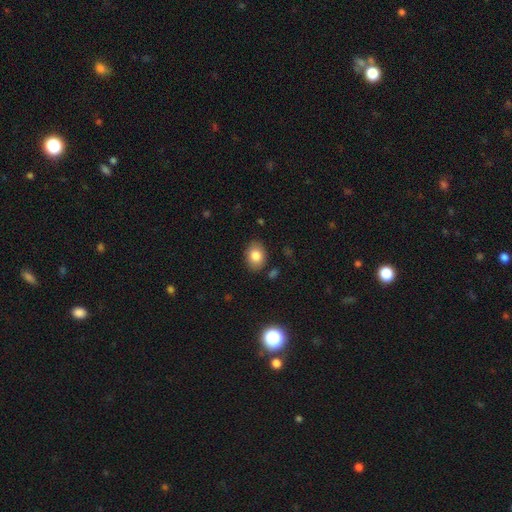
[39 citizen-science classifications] Smooth or featured: smooth — 74% (featured or disk — 18%)
How rounded: in between — 76% (round — 24%)
Merging: none — 92% (minor disturbance — 6%)